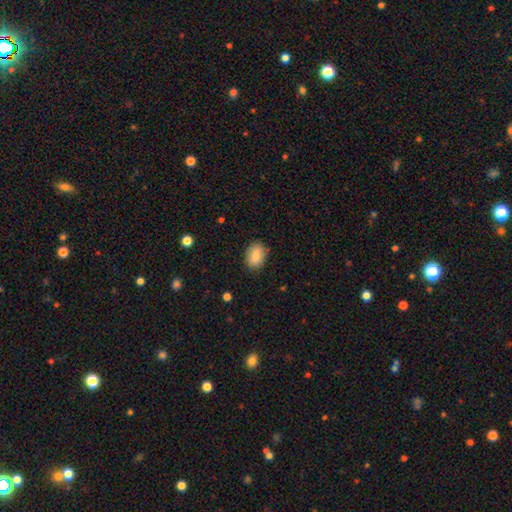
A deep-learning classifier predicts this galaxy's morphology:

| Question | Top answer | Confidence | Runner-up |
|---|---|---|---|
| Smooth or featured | smooth | 85% | featured or disk (8%) |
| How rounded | in between | 85% | round (13%) |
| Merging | none | 85% | minor disturbance (12%) |